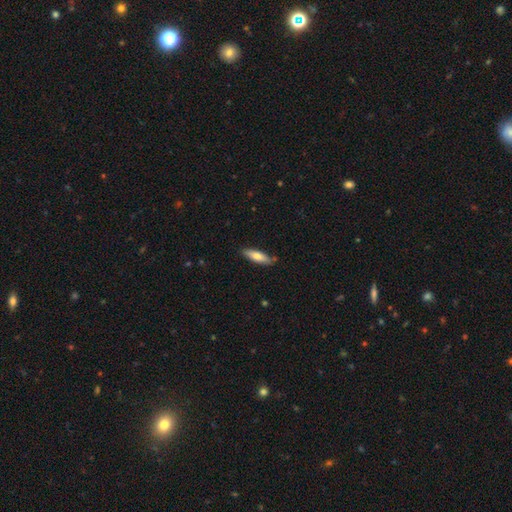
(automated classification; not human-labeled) Overall: smooth (72%). How rounded: cigar-shaped (57%; in between 41%). Merging: none (84%).